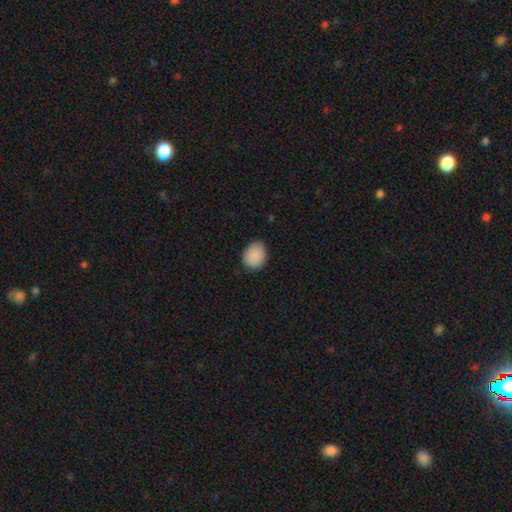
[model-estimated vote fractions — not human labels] Smooth or featured?
  - smooth: 89% *
  - star or artifact: 8%
  - featured or disk: 3%
How rounded?
  - round: 55% *
  - in between: 44%
  - cigar-shaped: 1%
Merging?
  - none: 83% *
  - minor disturbance: 14%
  - major disturbance: 2%
  - merger: 1%